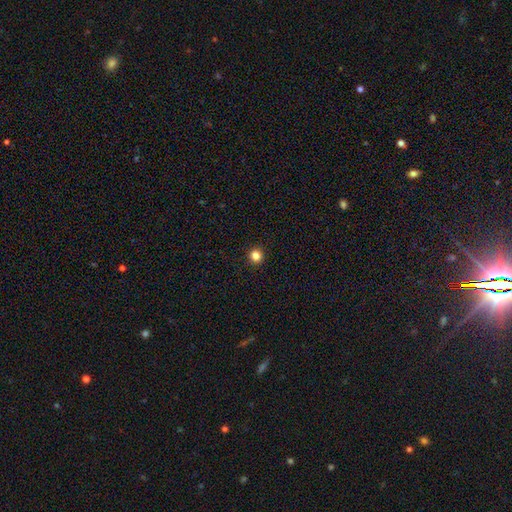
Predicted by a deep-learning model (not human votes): smooth-or-featured: smooth: 84% | star or artifact: 12% | featured or disk: 4%
  how-rounded: round: 93% | in between: 6% | cigar-shaped: 1%
  merging: none: 93% | minor disturbance: 4% | major disturbance: 1% | merger: 1%